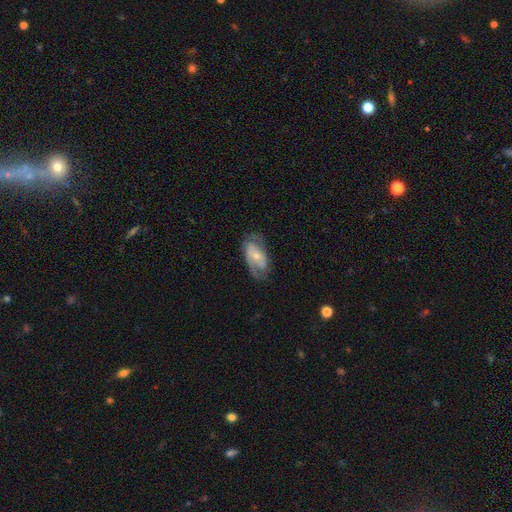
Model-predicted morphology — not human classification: This appears to be a featured or disk galaxy (68%) with no bar (56%), 2 (62%) medium (44%) spiral arms (83%) and a small central bulge (55%). Merging: none (61%).